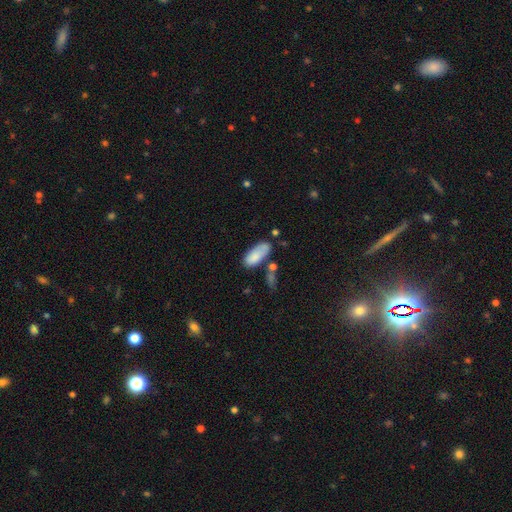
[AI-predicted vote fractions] smooth 82%, featured or disk 11%, star or artifact 7%. Down the decision tree: how rounded — in between (85%); merging — none (54%).